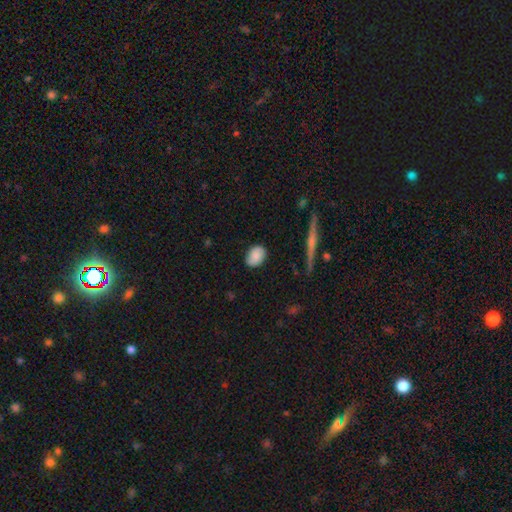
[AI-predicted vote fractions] The model was most divided on "how rounded": in between: 71%, round: 27%, cigar-shaped: 2%. More confident: merging — none (80%); smooth or featured — smooth (79%).